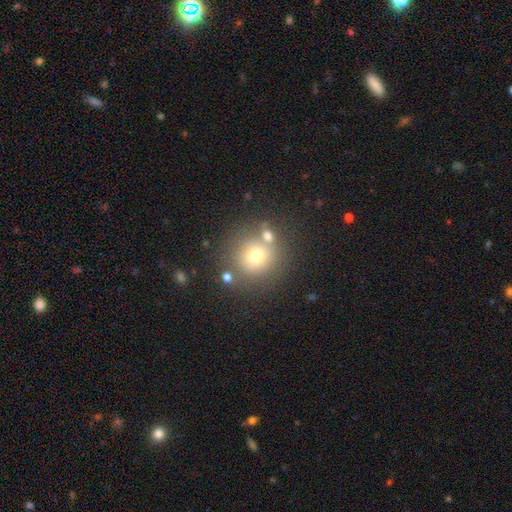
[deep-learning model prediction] Smooth or featured? smooth (69%)
How rounded? round (90%)
Merging? none (70%)